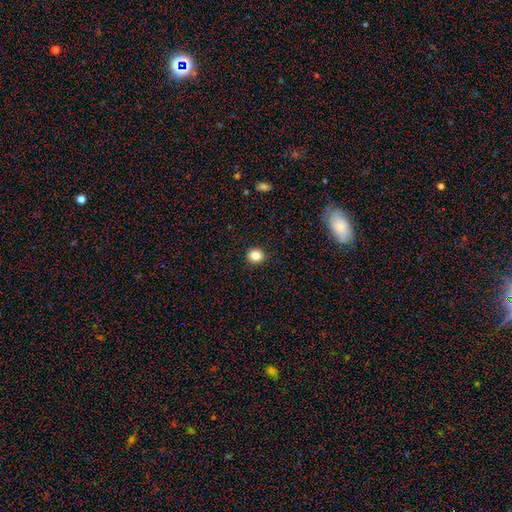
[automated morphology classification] A smooth galaxy with no disk features (84%) that is round (76%). Merging: none (91%).